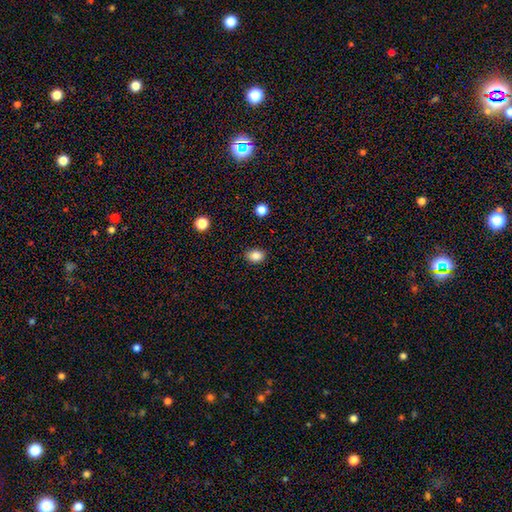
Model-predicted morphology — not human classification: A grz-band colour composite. It shows a smooth galaxy with no disk features (85%) that is in between round and cigar-shaped (65%). Merging: none (86%).